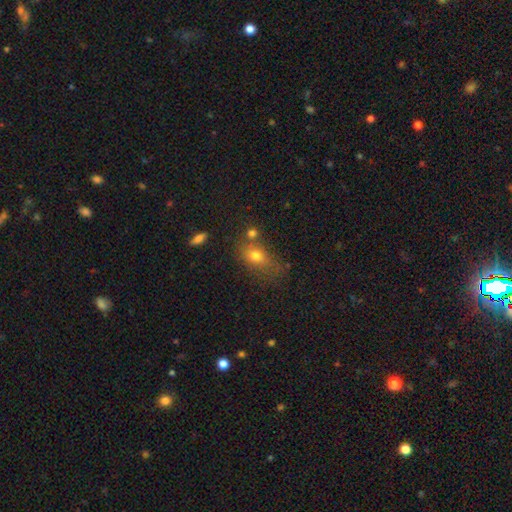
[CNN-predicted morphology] Smooth or featured: smooth — 73% (featured or disk — 14%)
How rounded: in between — 68% (round — 28%)
Merging: none — 50% (minor disturbance — 22%)